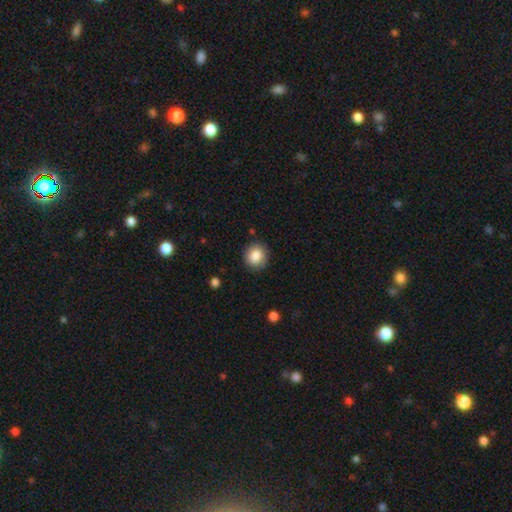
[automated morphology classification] smooth-or-featured: smooth: 85% | star or artifact: 9% | featured or disk: 6%
  how-rounded: round: 85% | in between: 14% | cigar-shaped: 1%
  merging: none: 86% | minor disturbance: 10% | major disturbance: 3% | merger: 1%